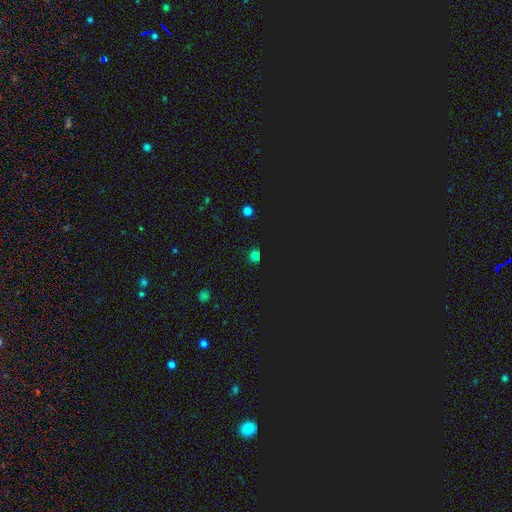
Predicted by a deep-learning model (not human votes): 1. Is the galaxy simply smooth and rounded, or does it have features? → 47% smooth (tied), 47% star or artifact (tied), 5% featured or disk.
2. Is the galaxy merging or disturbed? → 81% none, 11% minor disturbance, 4% major disturbance, 4% merger.